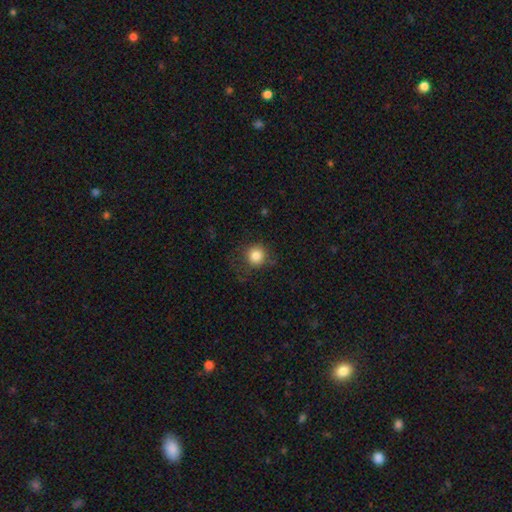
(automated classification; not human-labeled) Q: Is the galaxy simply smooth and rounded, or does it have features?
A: smooth — 83%.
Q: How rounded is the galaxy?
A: round — 92%.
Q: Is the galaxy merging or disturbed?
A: none — 75%.